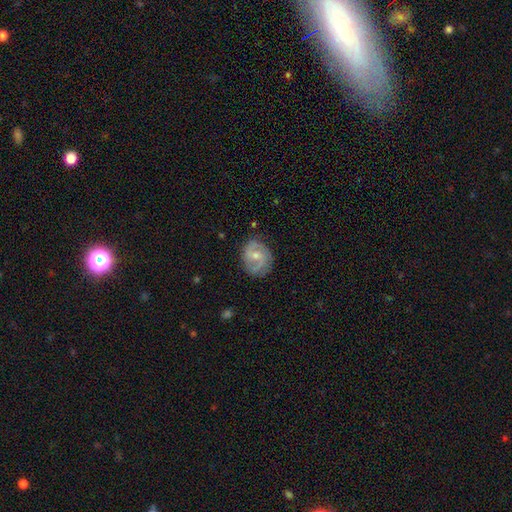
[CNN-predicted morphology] The model was most divided on "bar": no: 46%, weak: 45%, strong: 9%. Remaining: edge-on disk — no (97%); spiral arms — yes (92%); spiral arm count — 2 (81%); smooth or featured — featured or disk (75%); merging — none (74%); spiral winding — medium (50%); bulge size — moderate (48%).